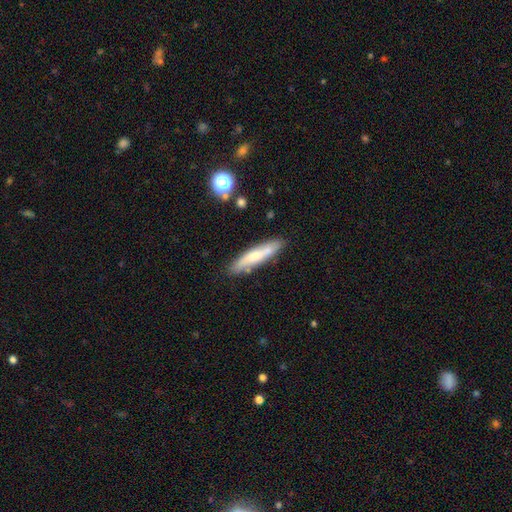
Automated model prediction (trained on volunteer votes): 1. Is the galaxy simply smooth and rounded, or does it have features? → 59% smooth, 34% featured or disk, 7% star or artifact.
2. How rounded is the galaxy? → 86% cigar-shaped, 13% in between, 2% round.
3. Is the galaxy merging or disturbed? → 81% none, 13% minor disturbance, 4% merger, 2% major disturbance.